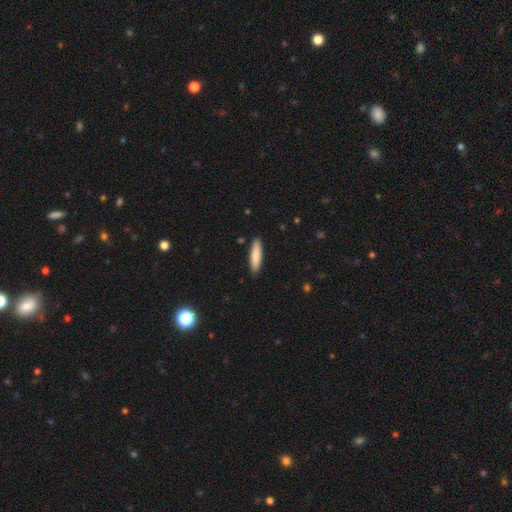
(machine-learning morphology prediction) Smooth or featured? Predicted: smooth (p=0.84). How rounded? Predicted: cigar-shaped (p=0.74). Merging? Predicted: none (p=0.90).